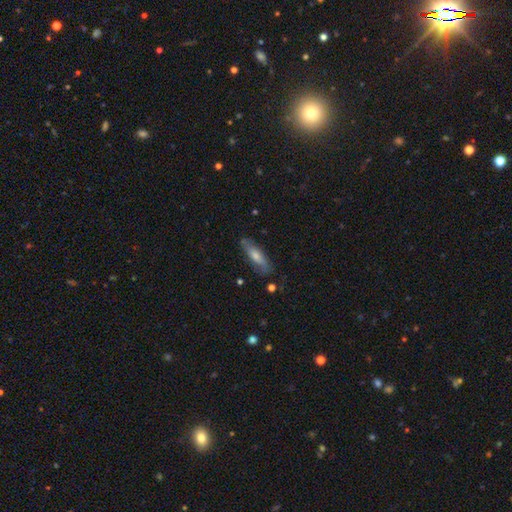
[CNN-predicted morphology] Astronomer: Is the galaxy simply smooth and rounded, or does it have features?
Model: smooth — 48% (runner-up: featured or disk, 44%).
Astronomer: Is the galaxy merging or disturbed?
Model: none — 81%.